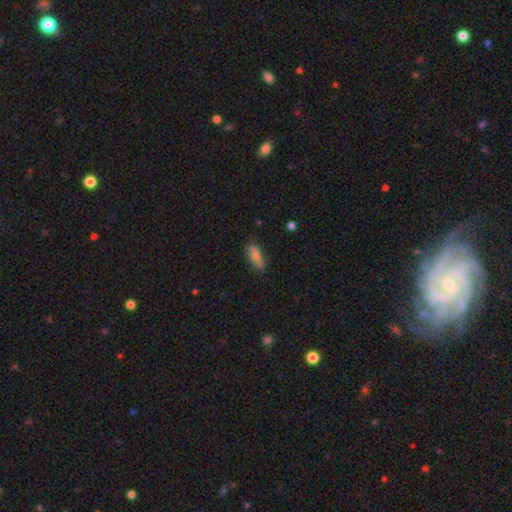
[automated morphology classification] A smooth galaxy with no disk features (65%) that is in between round and cigar-shaped (69%).

Vote fractions:
- Smooth or featured? smooth: 65% / featured or disk: 27% / star or artifact: 8%
- How rounded? in between: 69% / cigar-shaped: 27% / round: 4%
- Merging? none: 76% / minor disturbance: 18% / major disturbance: 3% / merger: 2%